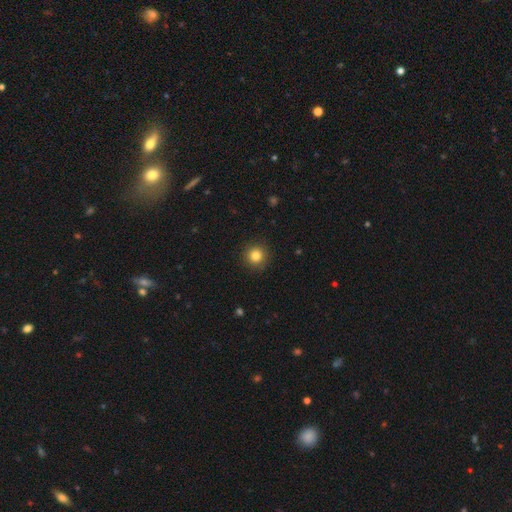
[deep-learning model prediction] Q: Smooth or featured?
A: smooth (83%); runner-up: star or artifact (12%)
Q: How rounded?
A: round (95%); runner-up: in between (4%)
Q: Merging?
A: none (91%); runner-up: minor disturbance (6%)